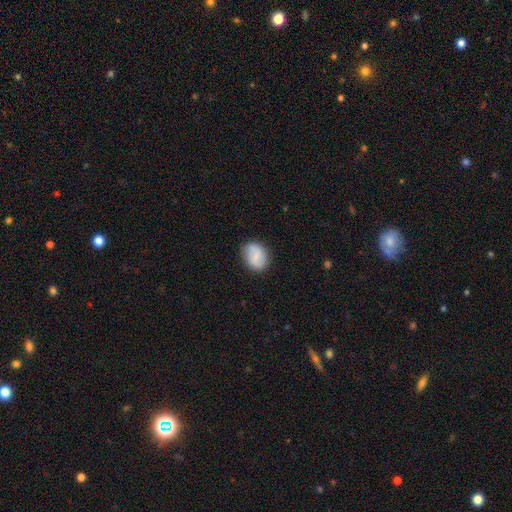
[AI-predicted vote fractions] Smooth or featured? smooth (66%)
How rounded? in between (65%)
Merging? none (82%)